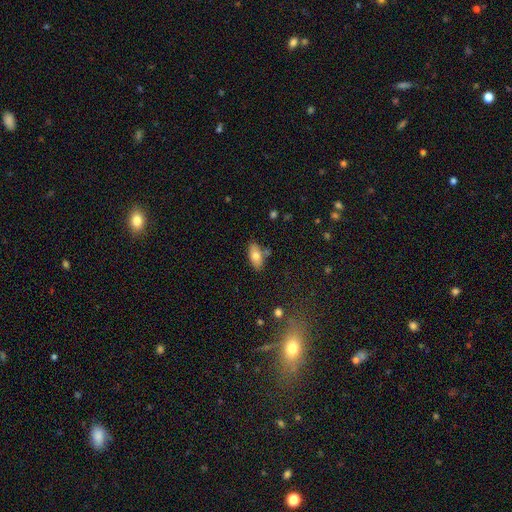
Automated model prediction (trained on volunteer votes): Overall: smooth (76%). How rounded: in between (90%). Merging: none (75%).